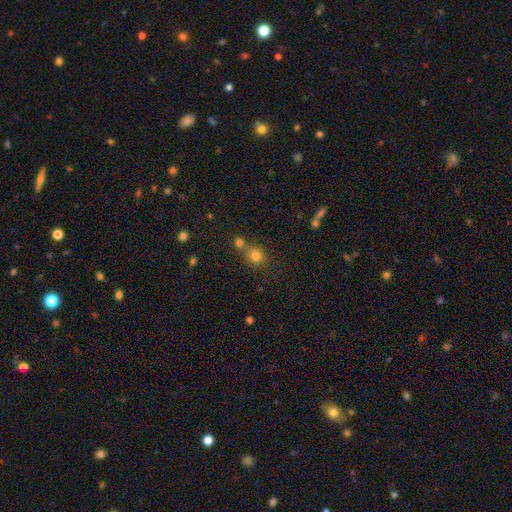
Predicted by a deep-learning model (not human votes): smooth 76%, star or artifact 16%, featured or disk 8%. Down the decision tree: how rounded — round (81%); merging — none (59%).